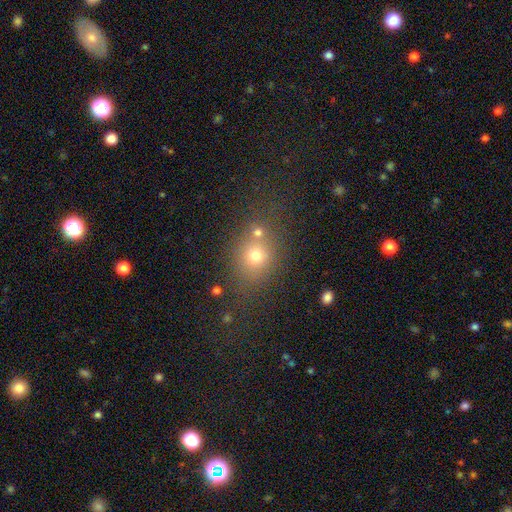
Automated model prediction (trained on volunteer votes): Overall: smooth (68%). How rounded: round (65%; in between 33%). Merging: none (61%; merger 22%).